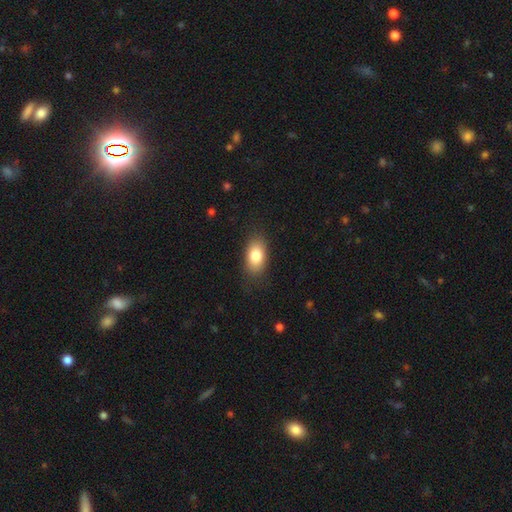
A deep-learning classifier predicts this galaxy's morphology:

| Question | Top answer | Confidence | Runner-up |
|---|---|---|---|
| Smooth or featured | smooth | 83% | featured or disk (10%) |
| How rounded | in between | 90% | round (8%) |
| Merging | none | 83% | minor disturbance (12%) |